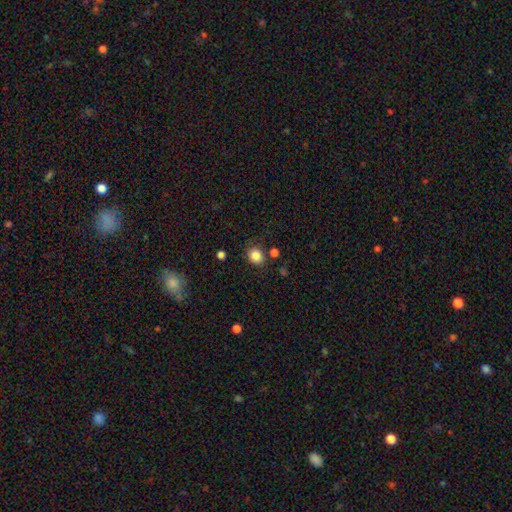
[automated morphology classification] This is clearly a smooth galaxy (84%). How rounded: likely round (71%). Merging: clearly none (81%).